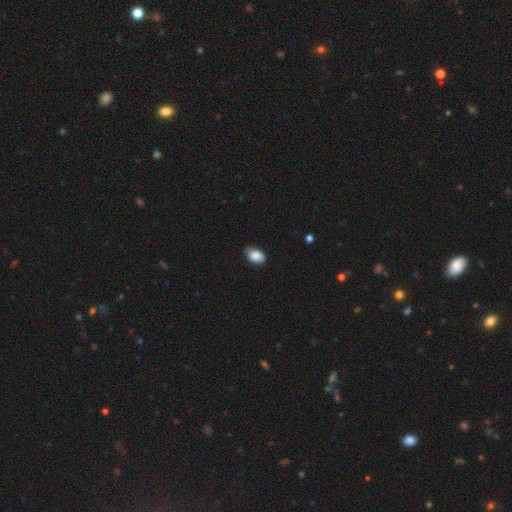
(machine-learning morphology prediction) Smooth or featured: smooth — 87% (star or artifact — 7%)
How rounded: in between — 91% (round — 8%)
Merging: none — 74% (minor disturbance — 21%)